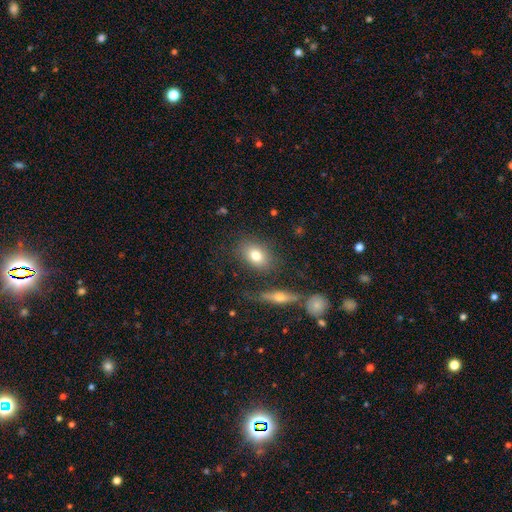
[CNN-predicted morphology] This appears to be a smooth galaxy with no disk features (77%) that is in between round and cigar-shaped (76%). Merging: none (77%).